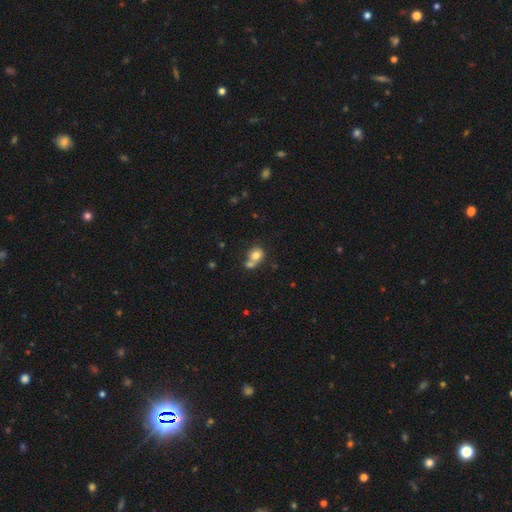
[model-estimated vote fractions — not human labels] A smooth galaxy with no disk features (76%) that is round (67%). Merging: merger (50%).